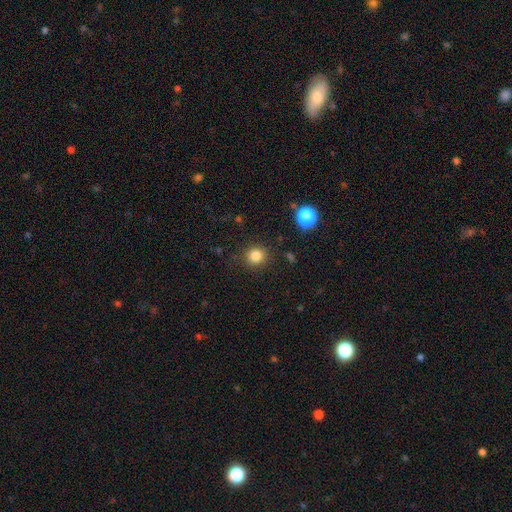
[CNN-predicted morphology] This is clearly a smooth galaxy (83%). How rounded: clearly round (89%). Merging: clearly none (88%).